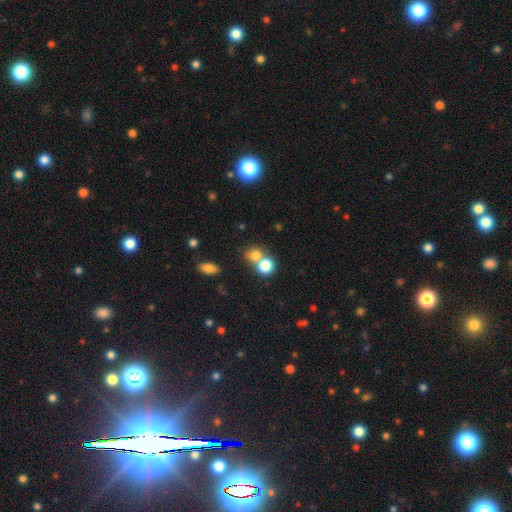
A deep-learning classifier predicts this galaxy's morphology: A smooth galaxy with no disk features (77%) that is round (76%). Merging: merger (48%).